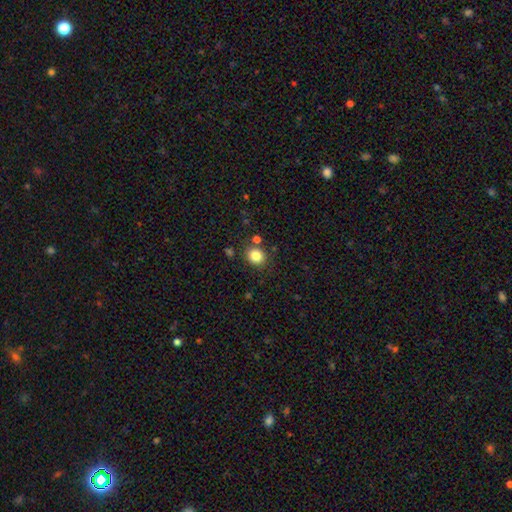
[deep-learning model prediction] Overall: smooth (83%). How rounded: round (72%). Merging: none (82%).